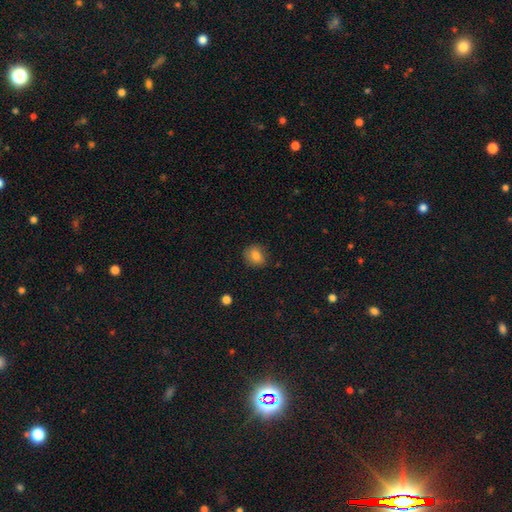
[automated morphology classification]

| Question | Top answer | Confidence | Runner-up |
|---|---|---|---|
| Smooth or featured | smooth | 81% | star or artifact (10%) |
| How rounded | round | 60% | in between (39%) |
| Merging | none | 81% | minor disturbance (15%) |